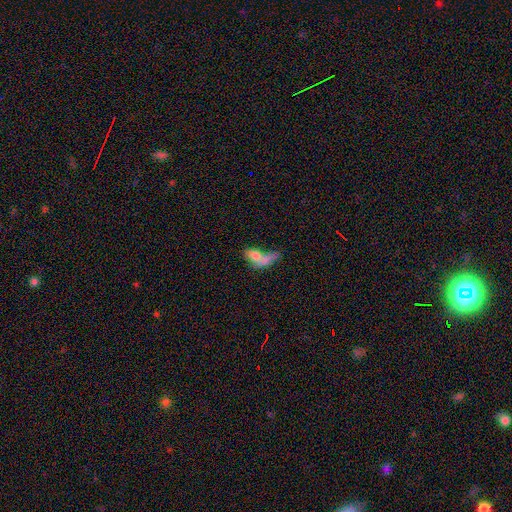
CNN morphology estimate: The model was most divided on "merging": merger: 51%, major disturbance: 21%, none: 18%, minor disturbance: 11%. More confident: how rounded — in between (72%); smooth or featured — smooth (65%).